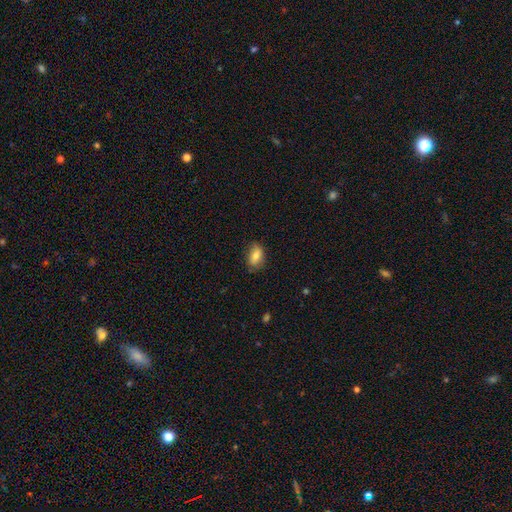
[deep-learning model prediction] Smooth or featured? smooth (77%)
How rounded? in between (86%)
Merging? none (76%)